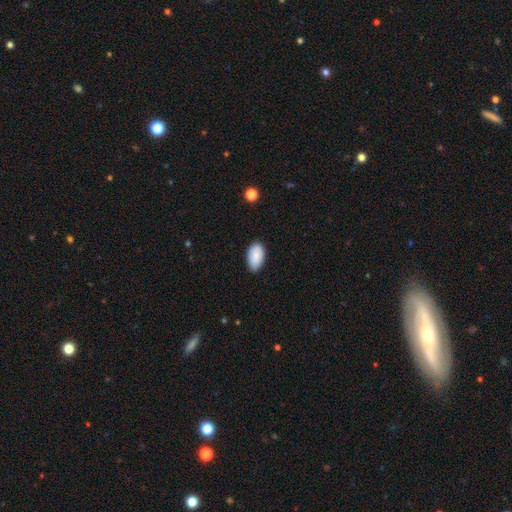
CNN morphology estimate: The model was most divided on "merging": none: 81%, minor disturbance: 16%, major disturbance: 2%, merger: 1%. More confident: how rounded — in between (95%); smooth or featured — smooth (88%).